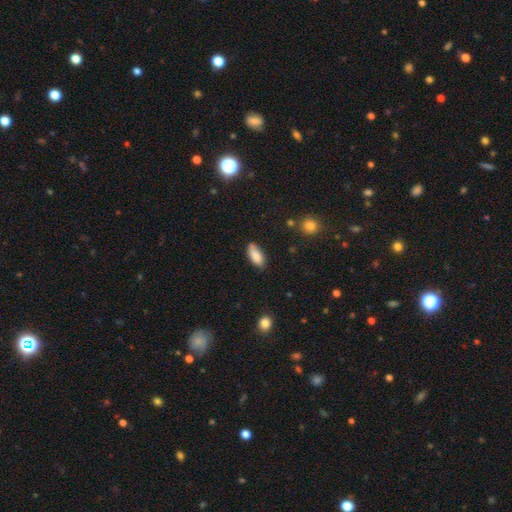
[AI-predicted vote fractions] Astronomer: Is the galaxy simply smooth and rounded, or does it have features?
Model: smooth — 85%.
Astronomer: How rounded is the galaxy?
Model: in between — 85%.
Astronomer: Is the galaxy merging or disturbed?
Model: none — 74%.